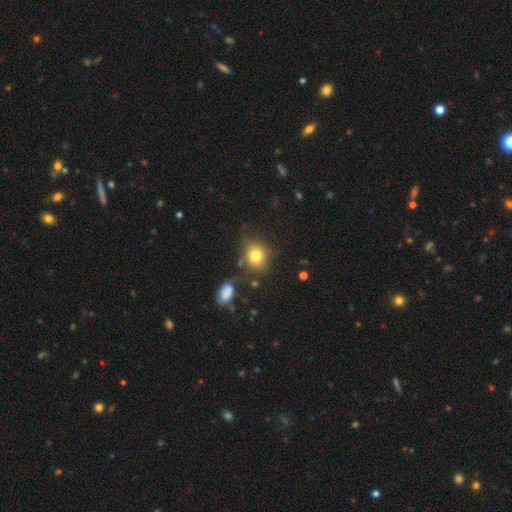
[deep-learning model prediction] smooth_or_featured: smooth (p=0.80) [alt: star or artifact p=0.11]
how_rounded: round (p=0.68) [alt: in between p=0.31]
merging: none (p=0.73) [alt: minor disturbance p=0.14]